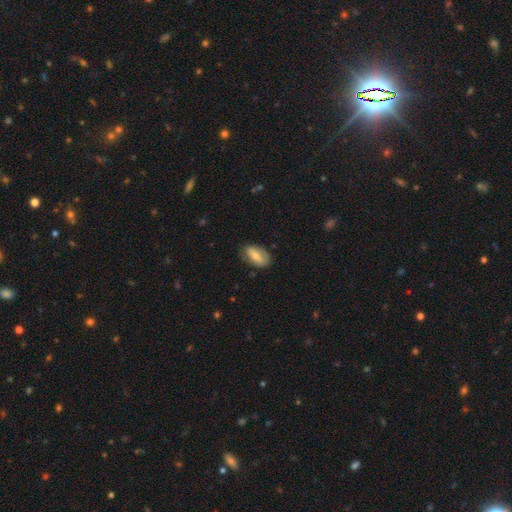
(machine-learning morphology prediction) The model was most divided on "smooth or featured": smooth: 61%, featured or disk: 32%, star or artifact: 7%. More confident: how rounded — in between (89%); merging — none (78%).